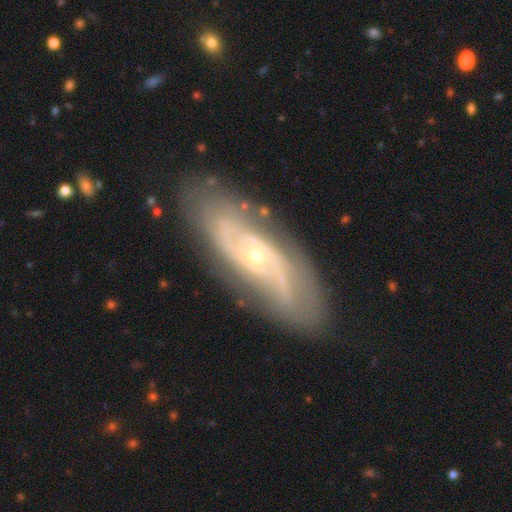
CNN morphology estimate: type=featured or disk (84%); edge-on=no (90%); bar=no (71%); spiral arms=yes (90%); winding=tight (46%); arm count=2 (55%); bulge=small (76%); merging=none (78%).